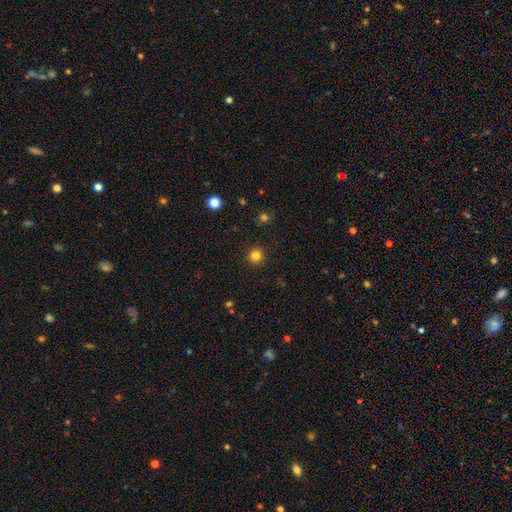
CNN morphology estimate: This is clearly a smooth galaxy (82%). How rounded: clearly round (94%). Merging: clearly none (92%).